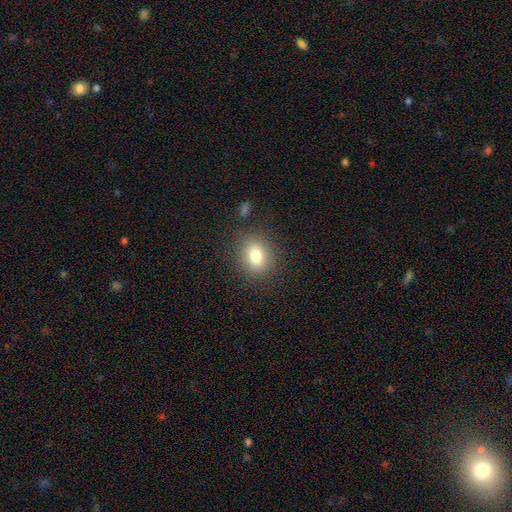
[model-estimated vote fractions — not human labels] Overall: smooth (78%). How rounded: round (54%; in between 45%). Merging: none (85%).